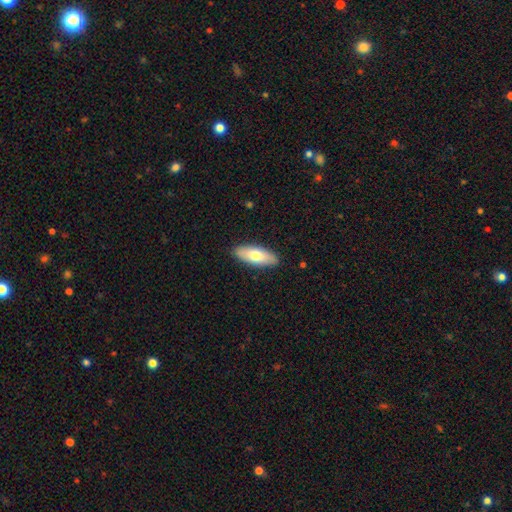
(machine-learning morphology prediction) The model was most divided on "smooth or featured": smooth: 70%, featured or disk: 25%, star or artifact: 6%. More confident: merging — none (89%); how rounded — in between (75%).